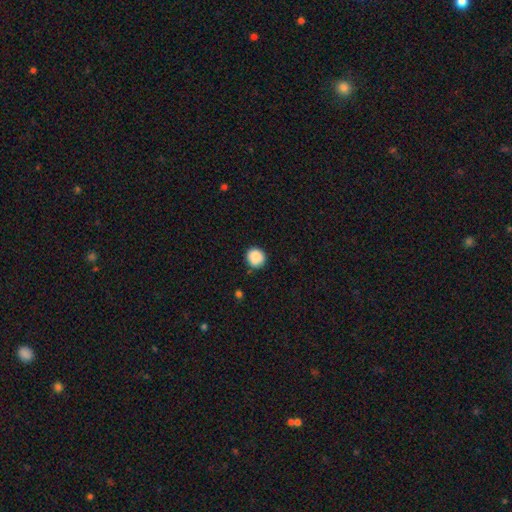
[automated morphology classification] Smooth or featured? Predicted: smooth (p=0.87). How rounded? Predicted: round (p=0.86). Merging? Predicted: none (p=0.79).